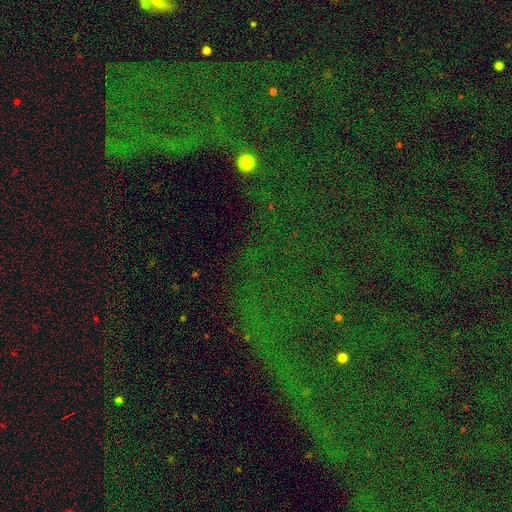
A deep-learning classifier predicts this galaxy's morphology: Smooth or featured?
  - star or artifact: 78% *
  - smooth: 12%
  - featured or disk: 10%